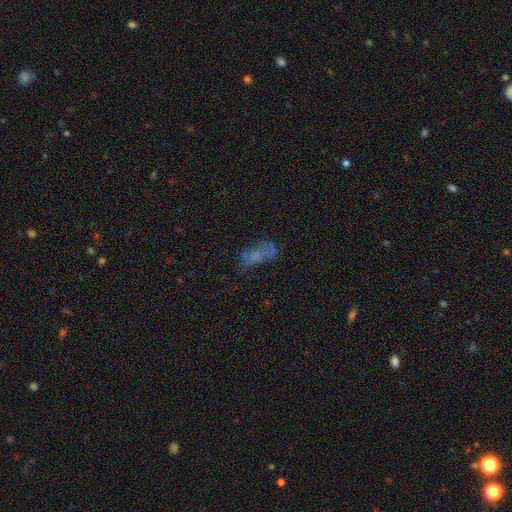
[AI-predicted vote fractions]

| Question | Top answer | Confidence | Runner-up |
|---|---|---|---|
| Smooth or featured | smooth | 39% | featured or disk (34%) |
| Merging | none | 45% | major disturbance (23%) |